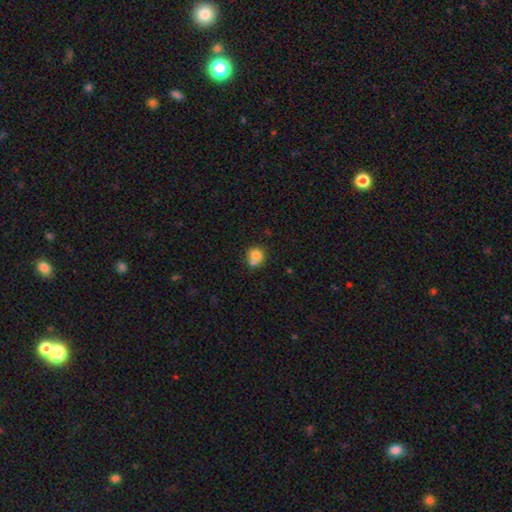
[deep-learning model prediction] smooth_or_featured: smooth (p=0.77) [alt: featured or disk p=0.13]
how_rounded: round (p=0.80) [alt: in between p=0.19]
merging: none (p=0.43) [tied with: merger p=0.43]